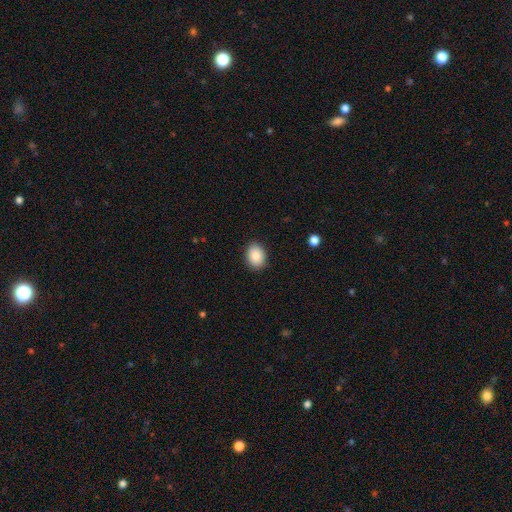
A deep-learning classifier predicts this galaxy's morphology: This is clearly a smooth galaxy (88%). How rounded: likely in between (72%). Merging: clearly none (89%).